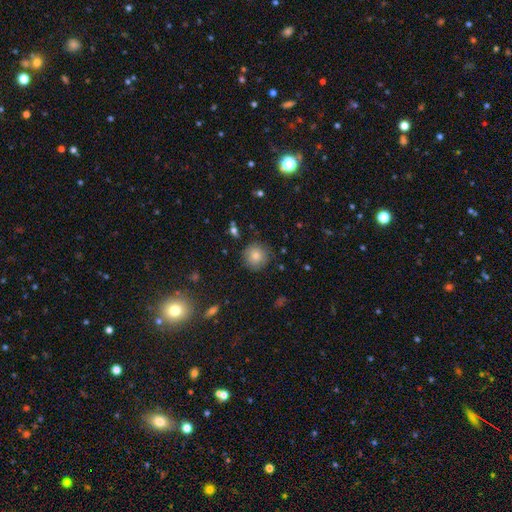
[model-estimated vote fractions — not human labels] This is likely a smooth galaxy (73%). How rounded: clearly round (93%). Merging: clearly none (84%).